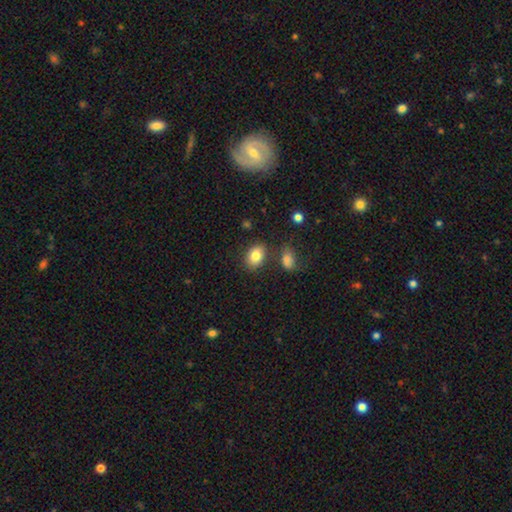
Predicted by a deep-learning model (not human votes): smooth_or_featured: smooth (p=0.83) [alt: featured or disk p=0.08]
how_rounded: in between (p=0.77) [alt: round p=0.21]
merging: none (p=0.79) [alt: minor disturbance p=0.11]